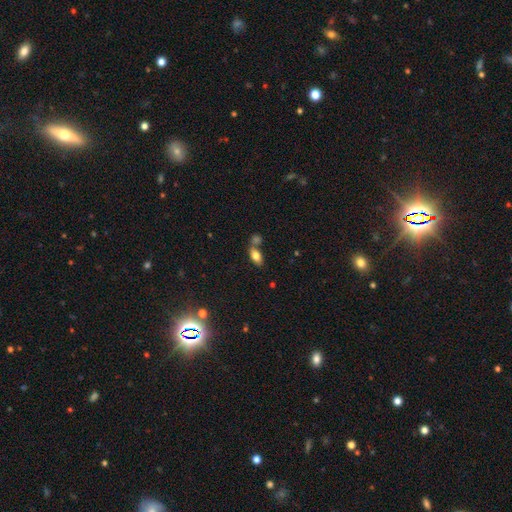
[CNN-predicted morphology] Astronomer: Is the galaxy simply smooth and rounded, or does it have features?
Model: smooth — 77%.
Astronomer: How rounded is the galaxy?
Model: in between — 89%.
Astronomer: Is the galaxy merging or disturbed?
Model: none — 54% (runner-up: merger, 31%).